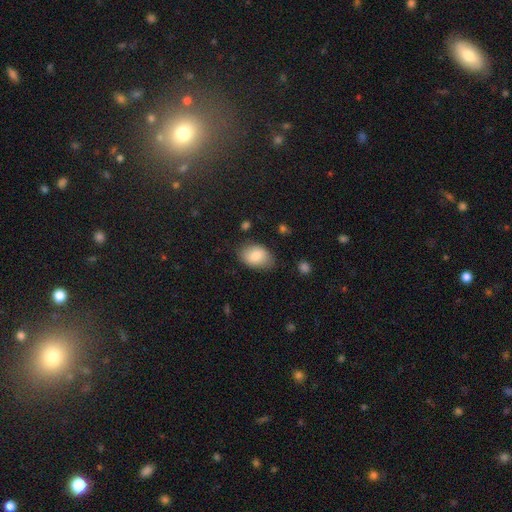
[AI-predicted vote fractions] Smooth or featured?
  - smooth: 81% *
  - featured or disk: 12%
  - star or artifact: 7%
How rounded?
  - in between: 86% *
  - round: 13%
  - cigar-shaped: 1%
Merging?
  - none: 75% *
  - minor disturbance: 20%
  - major disturbance: 4%
  - merger: 2%